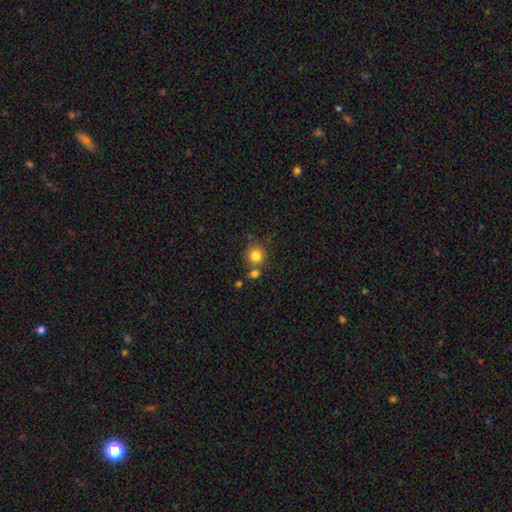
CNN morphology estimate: The model was most divided on "merging": none: 67%, merger: 19%, minor disturbance: 10%, major disturbance: 3%. More confident: how rounded — round (90%); smooth or featured — smooth (82%).